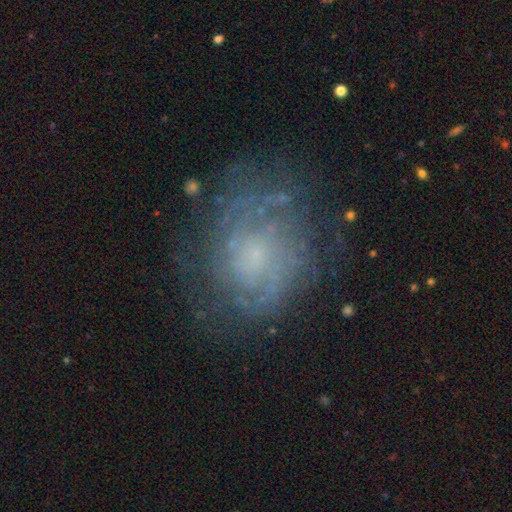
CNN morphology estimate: Smooth or featured? featured or disk (69%)
Edge-on disk? no (97%)
Bar? no (79%)
Spiral arms? yes (80%)
Spiral winding? tight (56%)
Spiral arm count? can't tell (53%)
Bulge size? small (60%)
Merging? none (69%)